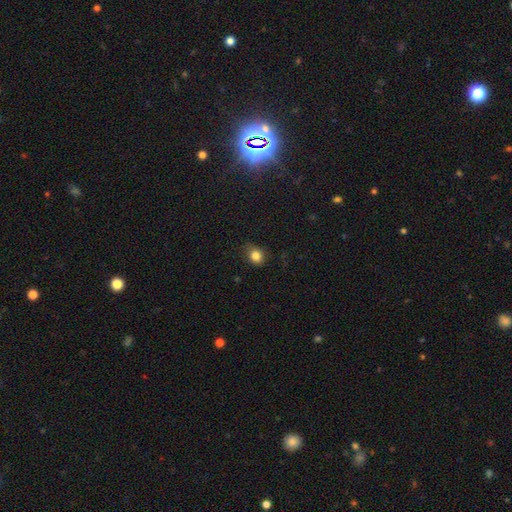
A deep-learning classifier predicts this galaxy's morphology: Q: Smooth or featured?
A: smooth (83%); runner-up: star or artifact (11%)
Q: How rounded?
A: round (58%); runner-up: in between (41%)
Q: Merging?
A: none (71%); runner-up: minor disturbance (23%)